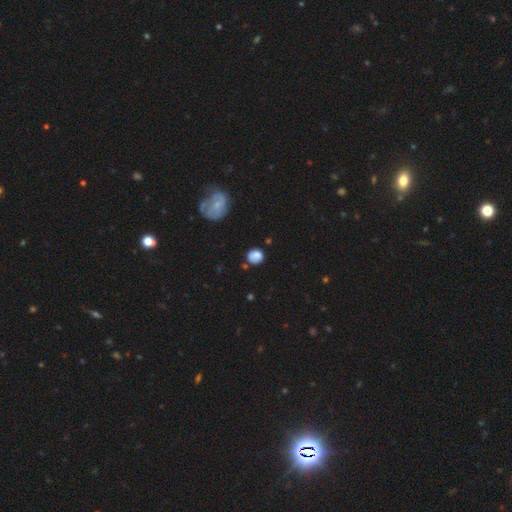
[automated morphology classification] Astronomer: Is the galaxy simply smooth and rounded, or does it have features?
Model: smooth — 79%.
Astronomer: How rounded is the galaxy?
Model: round — 78%.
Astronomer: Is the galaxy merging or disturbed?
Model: none — 67%.